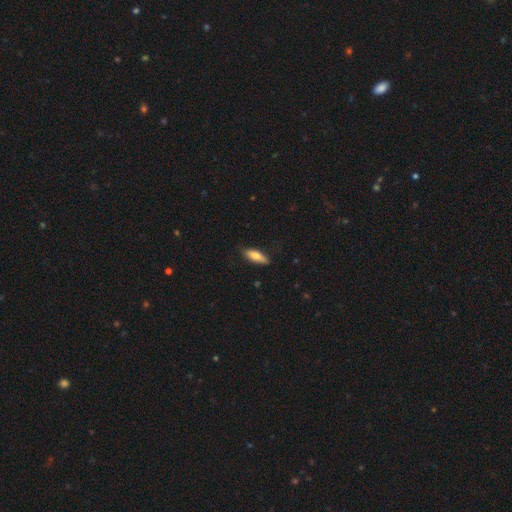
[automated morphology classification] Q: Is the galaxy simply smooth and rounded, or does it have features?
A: smooth — 75%.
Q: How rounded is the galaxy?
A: in between — 57%.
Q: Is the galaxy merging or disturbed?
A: none — 83%.